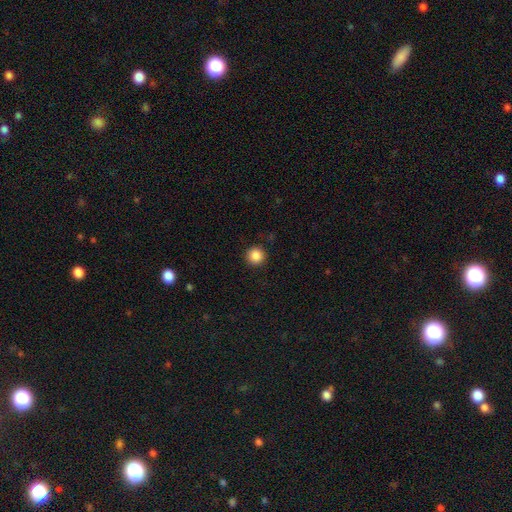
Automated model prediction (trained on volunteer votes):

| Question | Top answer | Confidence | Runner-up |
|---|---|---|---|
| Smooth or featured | smooth | 86% | star or artifact (10%) |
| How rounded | round | 95% | in between (4%) |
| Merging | none | 91% | minor disturbance (6%) |